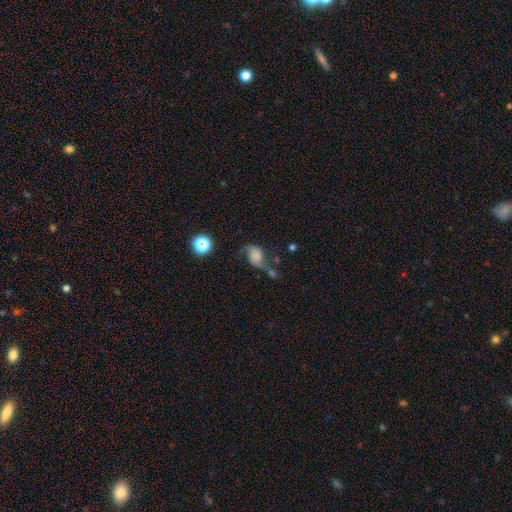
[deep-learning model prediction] smooth-or-featured: smooth: 54% | featured or disk: 31% | star or artifact: 14%
  how-rounded: in between: 73% | round: 24% | cigar-shaped: 2%
  merging: none: 30% | major disturbance: 27% | minor disturbance: 24% | merger: 19%